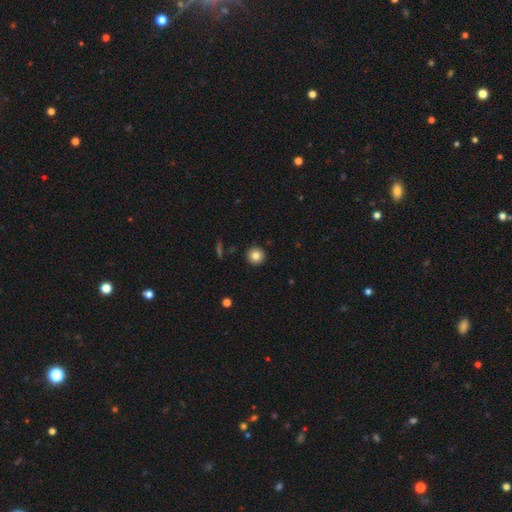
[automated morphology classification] Smooth or featured?
  - smooth: 82% *
  - star or artifact: 10%
  - featured or disk: 8%
How rounded?
  - round: 95% *
  - in between: 4%
  - cigar-shaped: 1%
Merging?
  - none: 92% *
  - minor disturbance: 5%
  - major disturbance: 2%
  - merger: 1%